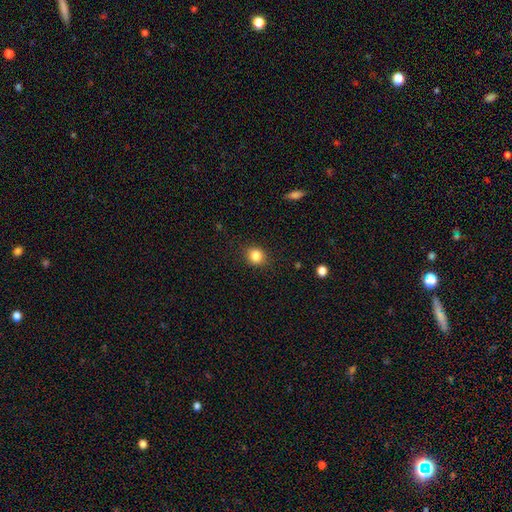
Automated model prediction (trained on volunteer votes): Smooth or featured?
  - smooth: 85% *
  - star or artifact: 11%
  - featured or disk: 5%
How rounded?
  - round: 77% *
  - in between: 22%
  - cigar-shaped: 1%
Merging?
  - none: 87% *
  - minor disturbance: 9%
  - major disturbance: 3%
  - merger: 1%